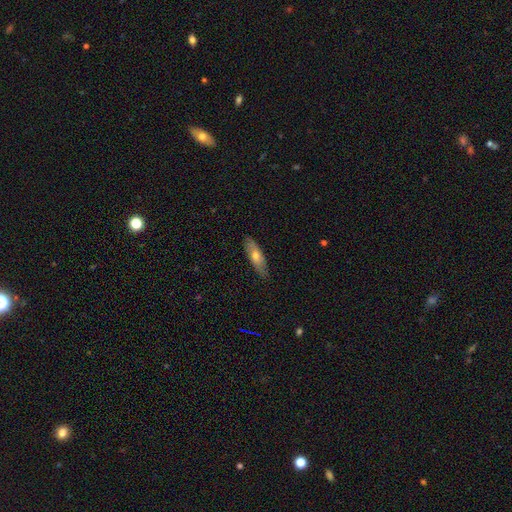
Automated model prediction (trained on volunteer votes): smooth-or-featured: smooth: 62% | featured or disk: 32% | star or artifact: 6%
  how-rounded: in between: 56% | cigar-shaped: 42% | round: 2%
  merging: none: 83% | minor disturbance: 13% | major disturbance: 2% | merger: 1%